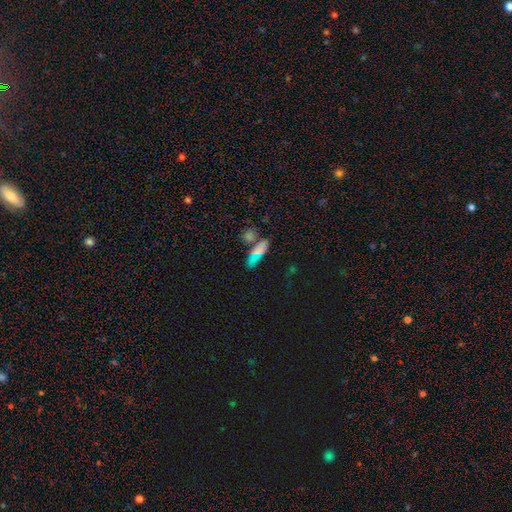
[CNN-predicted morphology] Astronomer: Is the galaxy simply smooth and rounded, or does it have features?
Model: smooth — 70%.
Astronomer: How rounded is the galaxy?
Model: in between — 57% (runner-up: cigar-shaped, 37%).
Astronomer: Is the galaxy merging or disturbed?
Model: none — 66%.